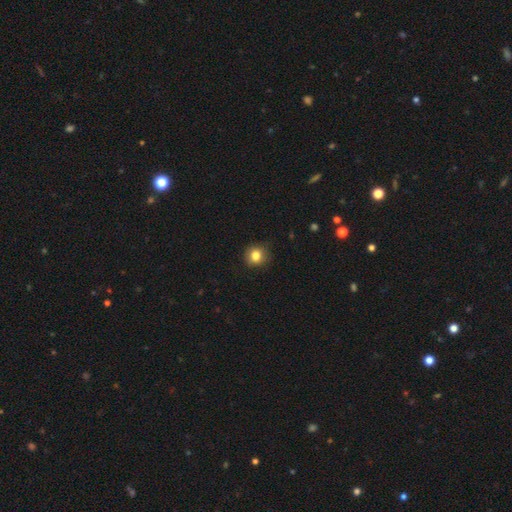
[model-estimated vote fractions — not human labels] Smooth or featured? Predicted: smooth (p=0.82). How rounded? Predicted: round (p=0.85). Merging? Predicted: none (p=0.84).